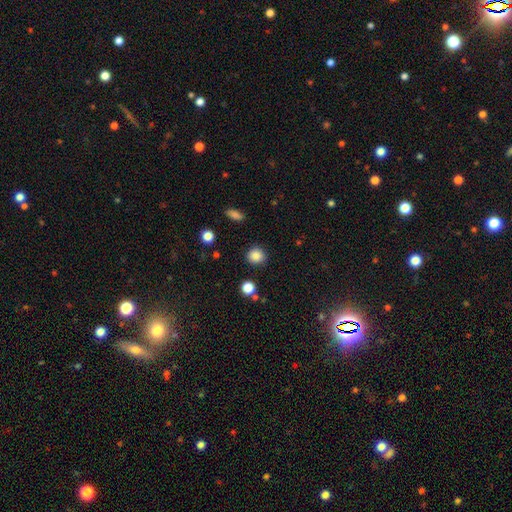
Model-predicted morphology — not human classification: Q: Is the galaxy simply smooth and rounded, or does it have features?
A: smooth — 86%.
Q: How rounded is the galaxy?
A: round — 88%.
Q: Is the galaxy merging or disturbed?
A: none — 87%.